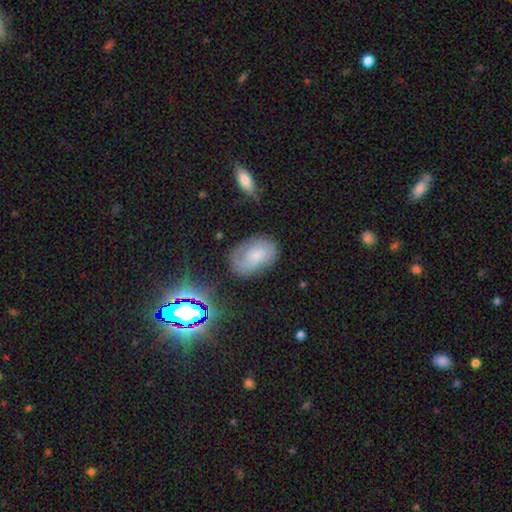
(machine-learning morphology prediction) This appears to be a featured or disk galaxy (45%). Merging: none (61%).